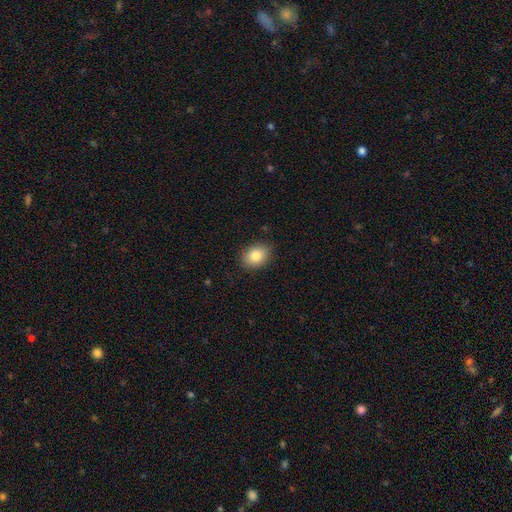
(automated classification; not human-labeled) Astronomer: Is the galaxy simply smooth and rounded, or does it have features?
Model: smooth — 84%.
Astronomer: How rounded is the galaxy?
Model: in between — 63%.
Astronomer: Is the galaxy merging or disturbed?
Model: none — 87%.